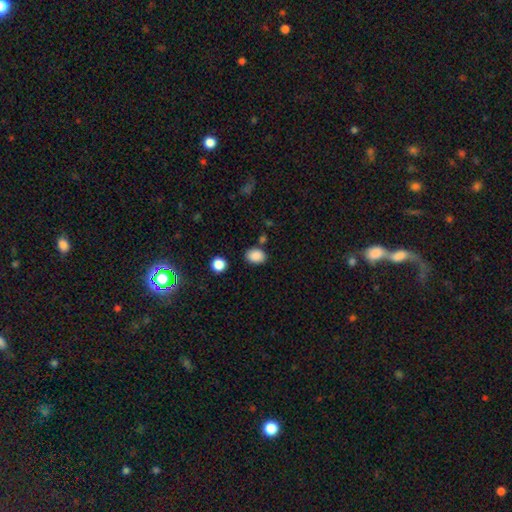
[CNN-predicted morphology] Q: Smooth or featured?
A: smooth (87%); runner-up: star or artifact (9%)
Q: How rounded?
A: in between (69%); runner-up: round (30%)
Q: Merging?
A: none (79%); runner-up: minor disturbance (13%)